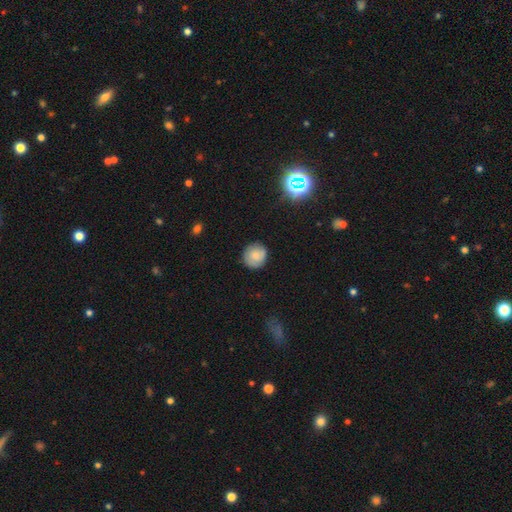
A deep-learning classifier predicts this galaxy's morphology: smooth-or-featured: smooth: 74% | featured or disk: 17% | star or artifact: 9%
  how-rounded: round: 91% | in between: 8% | cigar-shaped: 1%
  merging: none: 83% | minor disturbance: 13% | major disturbance: 3% | merger: 1%